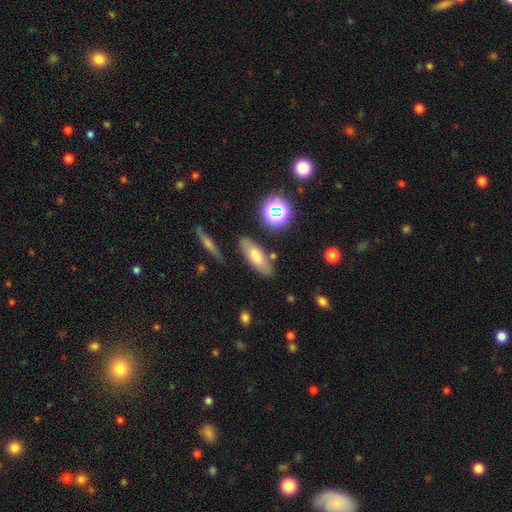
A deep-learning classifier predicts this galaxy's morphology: smooth 66%, featured or disk 22%, star or artifact 12%. Down the decision tree: how rounded — in between (72%); merging — none (79%).